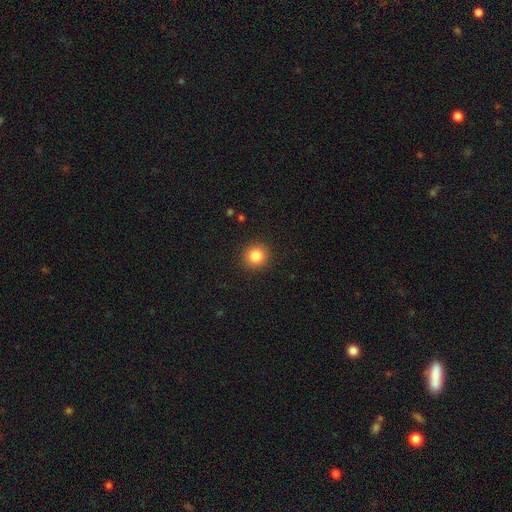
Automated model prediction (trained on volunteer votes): A smooth galaxy with no disk features (84%) that is round (93%).

Vote fractions:
- Smooth or featured? smooth: 84% / star or artifact: 11% / featured or disk: 5%
- How rounded? round: 93% / in between: 6% / cigar-shaped: 1%
- Merging? none: 92% / minor disturbance: 5% / major disturbance: 2% / merger: 1%